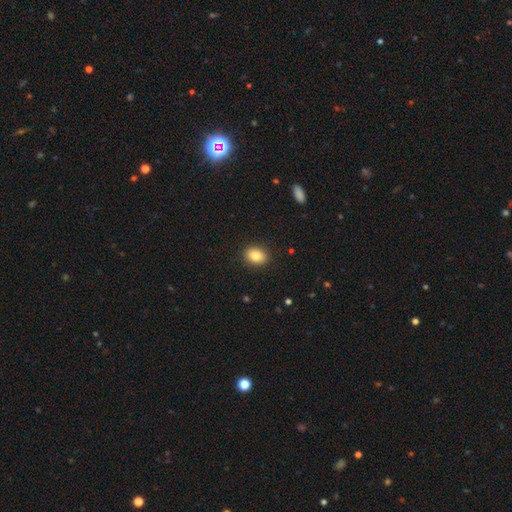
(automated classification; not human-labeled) This is clearly a smooth galaxy (84%). How rounded: likely in between (64%). Merging: clearly none (90%).